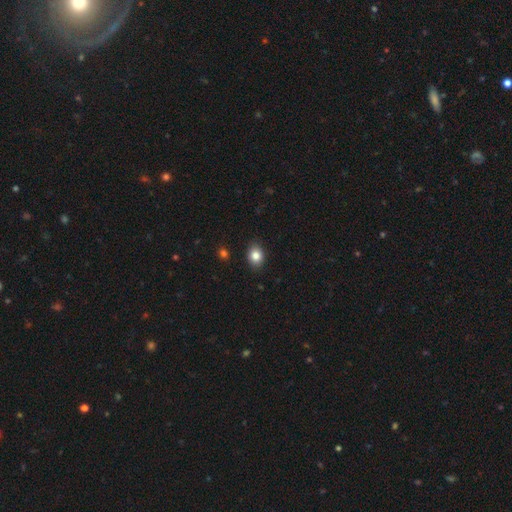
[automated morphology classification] Overall: smooth (84%). How rounded: in between (60%; round 39%). Merging: none (88%).